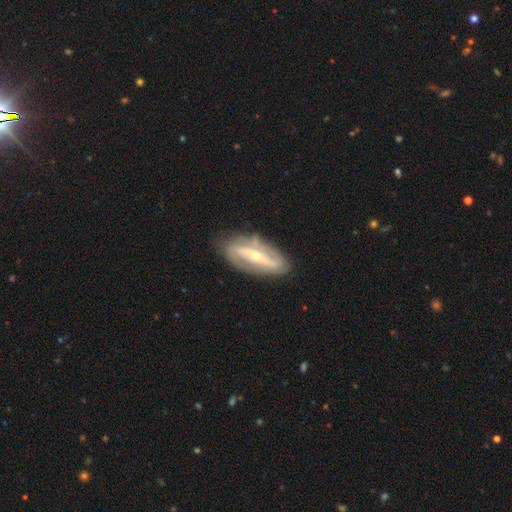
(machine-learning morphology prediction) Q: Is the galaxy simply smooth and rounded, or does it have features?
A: featured or disk — 82%.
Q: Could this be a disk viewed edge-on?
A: no — 85%.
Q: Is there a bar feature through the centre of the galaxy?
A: strong — 60%.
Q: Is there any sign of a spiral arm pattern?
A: yes — 78%.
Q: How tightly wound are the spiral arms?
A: loose — 37%.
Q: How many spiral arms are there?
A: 2 — 82%.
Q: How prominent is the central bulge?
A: small — 59%.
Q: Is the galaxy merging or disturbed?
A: none — 81%.